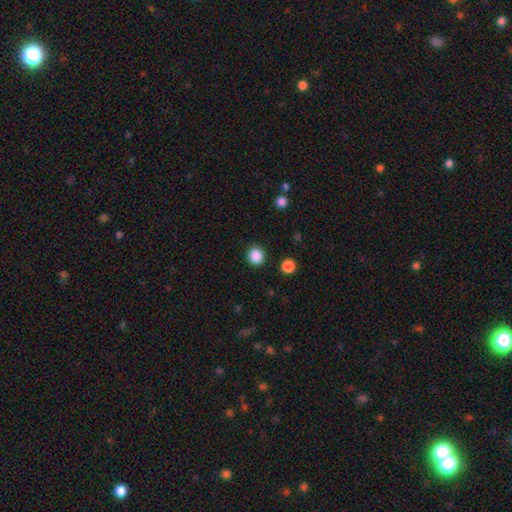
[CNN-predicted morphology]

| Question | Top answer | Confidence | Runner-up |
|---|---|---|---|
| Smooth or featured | smooth | 87% | star or artifact (10%) |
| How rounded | round | 88% | in between (11%) |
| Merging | none | 90% | minor disturbance (6%) |